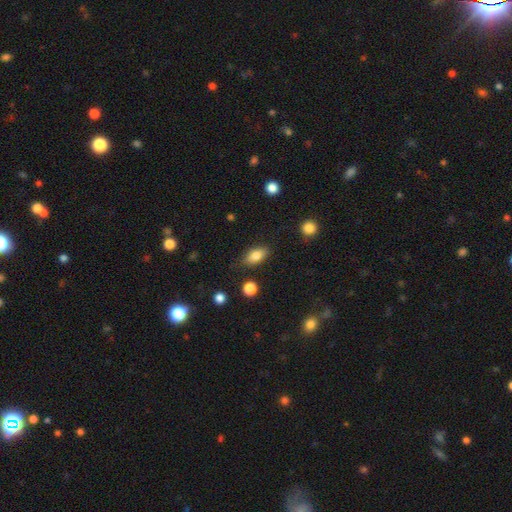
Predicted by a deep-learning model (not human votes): Q: Smooth or featured?
A: smooth (81%); runner-up: featured or disk (10%)
Q: How rounded?
A: in between (87%); runner-up: cigar-shaped (7%)
Q: Merging?
A: none (83%); runner-up: minor disturbance (12%)